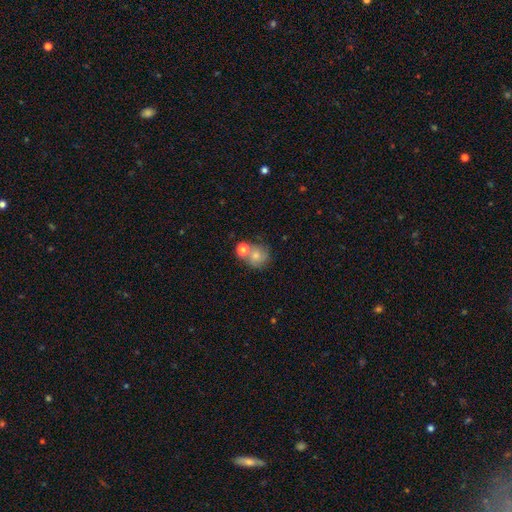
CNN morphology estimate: A smooth galaxy with no disk features (72%) that is round (83%).

Vote fractions:
- Smooth or featured? smooth: 72% / featured or disk: 17% / star or artifact: 11%
- How rounded? round: 83% / in between: 16% / cigar-shaped: 1%
- Merging? none: 49% / merger: 33% / minor disturbance: 12% / major disturbance: 5%